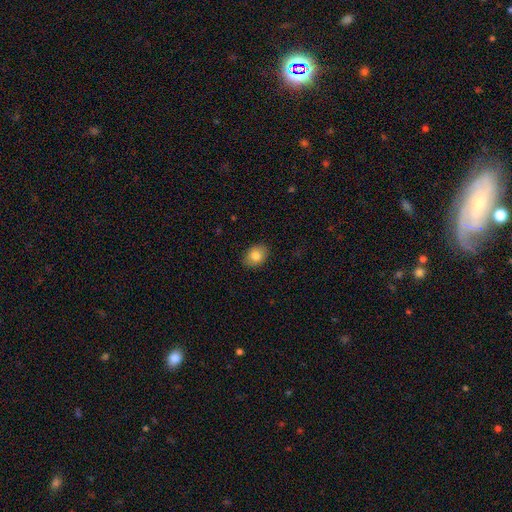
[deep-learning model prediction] Morphology: type=smooth (83%); roundness=in between (72%); merging=none (89%).